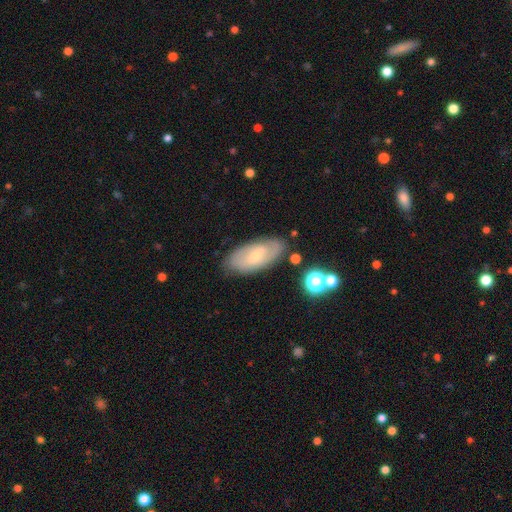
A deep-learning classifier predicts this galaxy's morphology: smooth_or_featured: featured or disk (p=0.64) [alt: smooth p=0.28]
disk_edge_on: no (p=0.91) [alt: yes p=0.09]
bar: weak (p=0.52) [alt: no p=0.27]
has_spiral_arms: yes (p=0.80) [alt: no p=0.20]
bulge_size: small (p=0.70) [alt: moderate p=0.25]
merging: none (p=0.79) [alt: minor disturbance p=0.15]